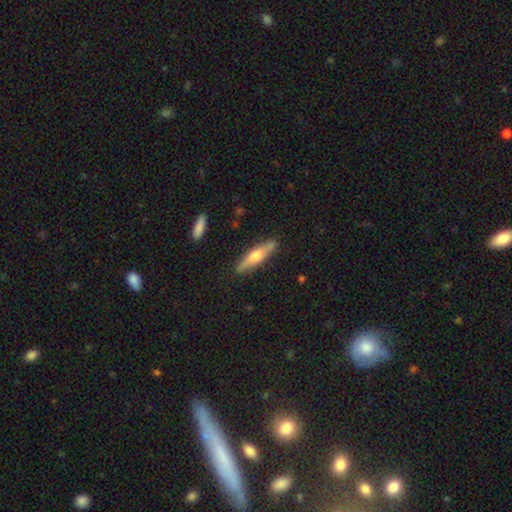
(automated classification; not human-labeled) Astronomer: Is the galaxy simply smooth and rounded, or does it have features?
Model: featured or disk — 50% (runner-up: smooth, 44%).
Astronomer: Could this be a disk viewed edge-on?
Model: yes — 93%.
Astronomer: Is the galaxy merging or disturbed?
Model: none — 86%.